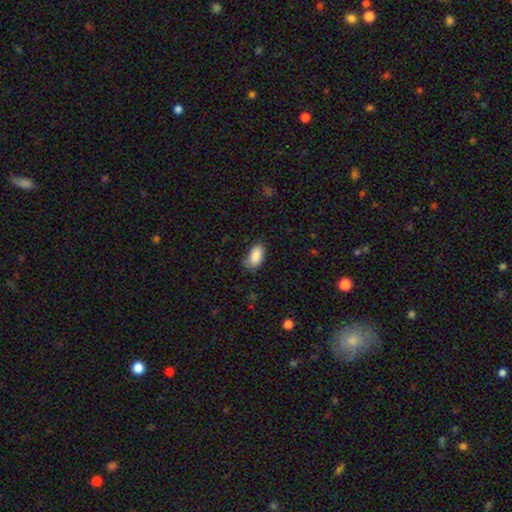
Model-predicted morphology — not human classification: The model was most divided on "merging": none: 65%, minor disturbance: 27%, major disturbance: 6%, merger: 2%. More confident: how rounded — in between (94%); smooth or featured — smooth (86%).